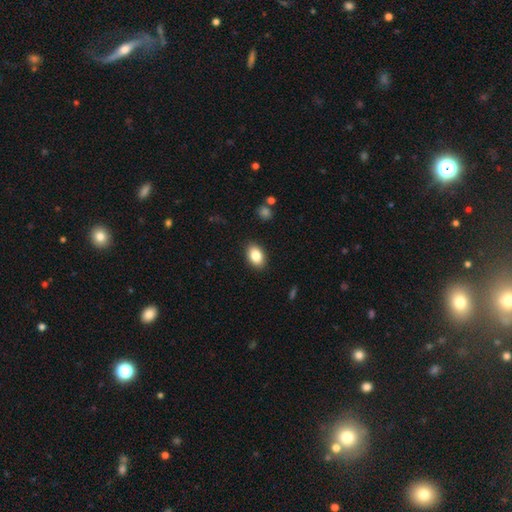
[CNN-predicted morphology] This is clearly a smooth galaxy (85%). How rounded: clearly in between (87%). Merging: clearly none (89%).